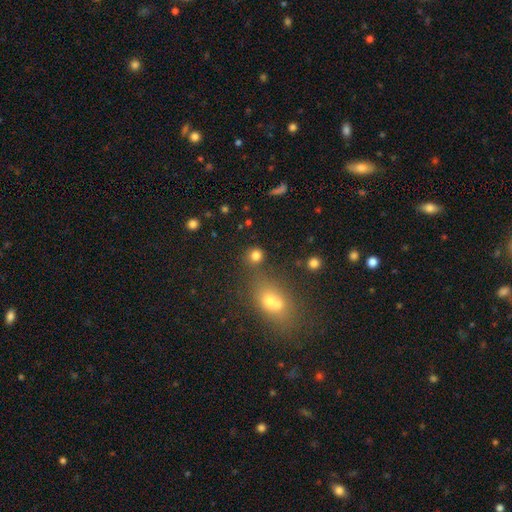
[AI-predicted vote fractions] Smooth or featured: smooth — 79% (star or artifact — 15%)
How rounded: round — 86% (in between — 13%)
Merging: none — 73% (merger — 14%)